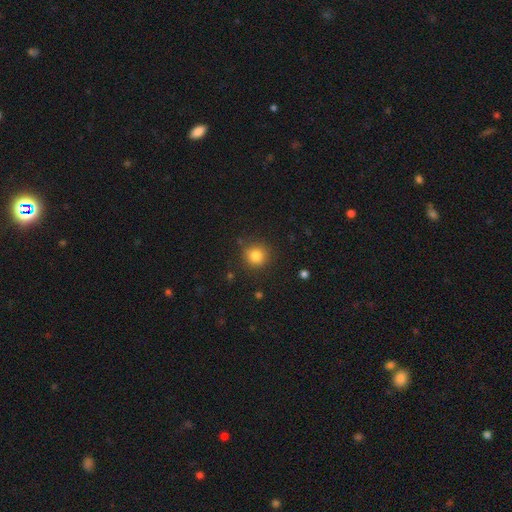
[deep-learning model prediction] Morphology: type=smooth (83%); roundness=round (92%); merging=none (86%).